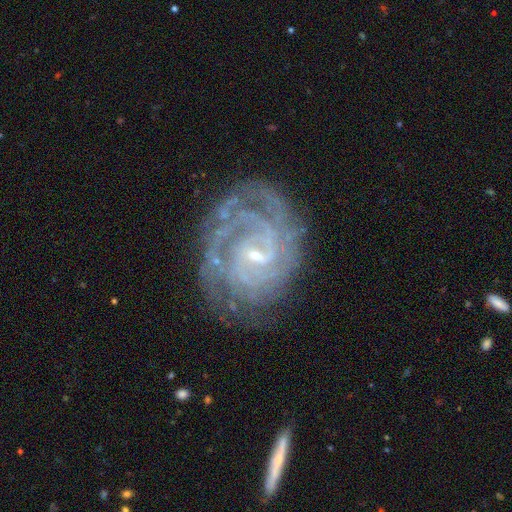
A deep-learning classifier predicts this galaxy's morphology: A featured or disk galaxy (89%) with a weak bar (51%), 2 (25%) tight (77%) spiral arms (98%) and a small central bulge (76%).

Vote fractions:
- Smooth or featured? featured or disk: 89% / star or artifact: 6% / smooth: 5%
- Edge-on disk? no: 97% / yes: 3%
- Bar? weak: 51% / no: 30% / strong: 19%
- Spiral arms? yes: 98% / no: 2%
- Spiral winding? tight: 77% / medium: 20% / loose: 3%
- Spiral arm count? 2: 25% / can't tell: 24% / 3: 19% / 4: 16% / more than 4: 8% / 1: 7%
- Bulge size? small: 76% / moderate: 19% / none: 2% / large: 1% / dominant: 1%
- Merging? none: 75% / minor disturbance: 17% / major disturbance: 7% / merger: 2%